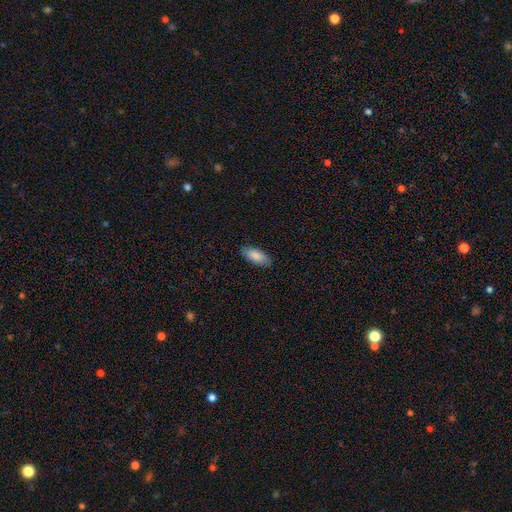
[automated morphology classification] Smooth or featured: smooth — 87% (featured or disk — 7%)
How rounded: in between — 84% (cigar-shaped — 14%)
Merging: none — 86% (minor disturbance — 11%)